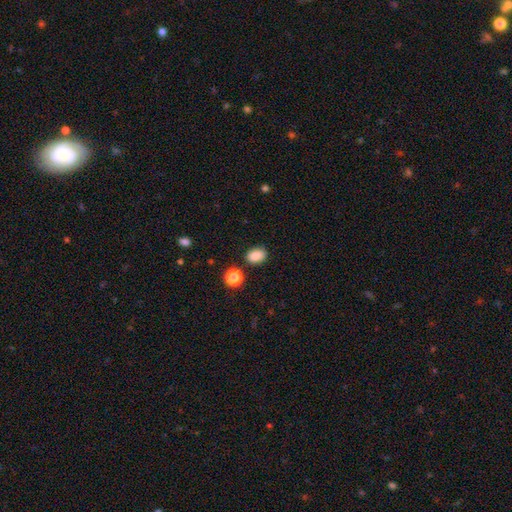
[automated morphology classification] Smooth or featured?
  - smooth: 87% *
  - star or artifact: 10%
  - featured or disk: 4%
How rounded?
  - in between: 76% *
  - round: 23%
  - cigar-shaped: 1%
Merging?
  - none: 82% *
  - minor disturbance: 11%
  - merger: 4%
  - major disturbance: 3%